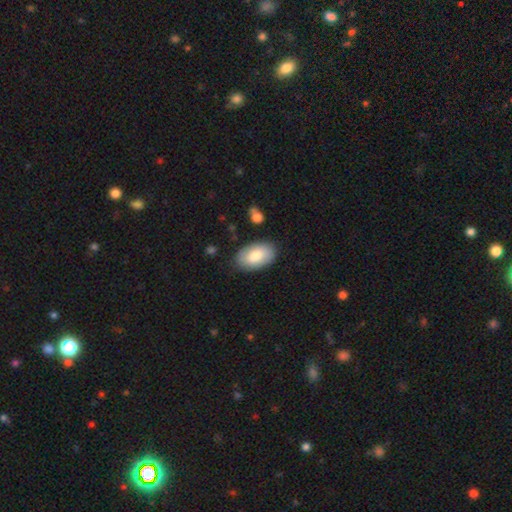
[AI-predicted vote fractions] A smooth galaxy with no disk features (79%) that is in between round and cigar-shaped (93%). Merging: none (84%).